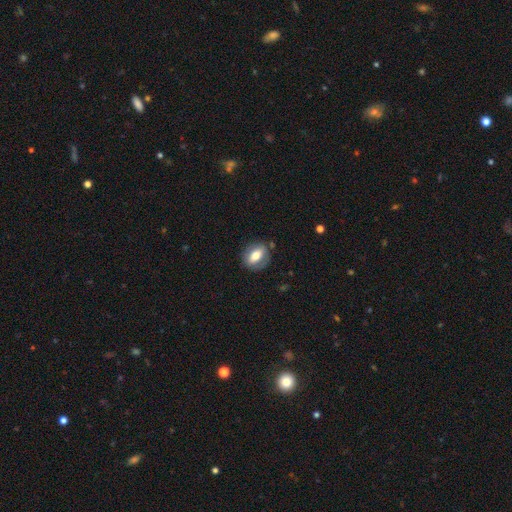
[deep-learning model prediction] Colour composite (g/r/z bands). It shows a smooth galaxy with no disk features (63%) that is in between round and cigar-shaped (68%). Merging: none (79%).